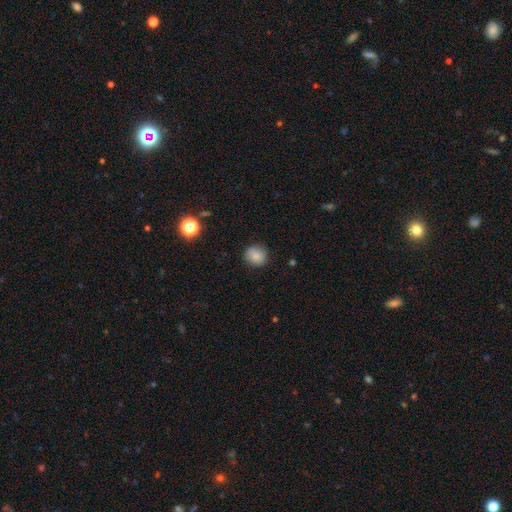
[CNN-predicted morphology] smooth-or-featured: smooth: 84% | star or artifact: 10% | featured or disk: 6%
  how-rounded: round: 85% | in between: 14% | cigar-shaped: 1%
  merging: none: 84% | minor disturbance: 11% | major disturbance: 3% | merger: 1%